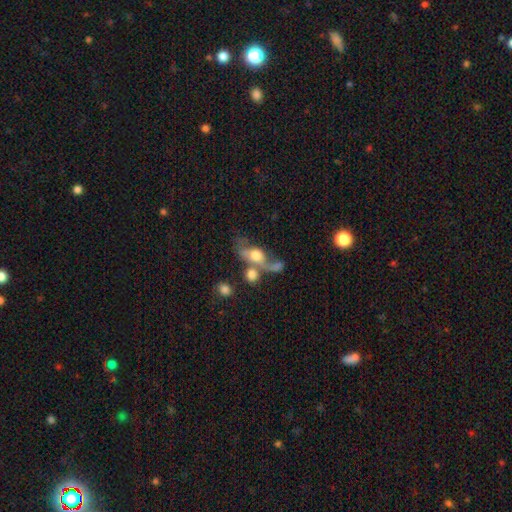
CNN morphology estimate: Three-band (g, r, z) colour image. It shows a featured or disk galaxy (45%, tied with smooth). Merging: merger (42%).